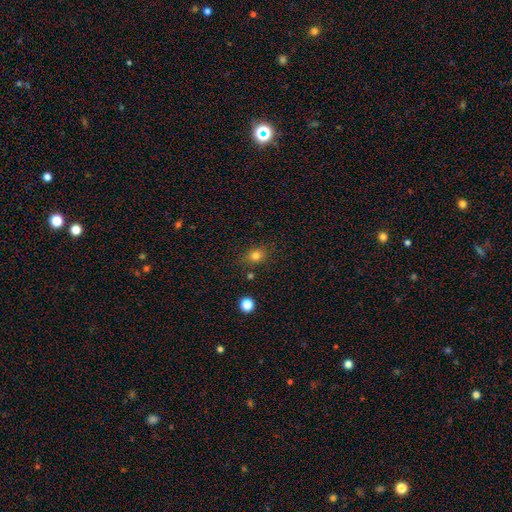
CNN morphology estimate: This appears to be a smooth galaxy with no disk features (80%) that is round (50%). Merging: none (79%).